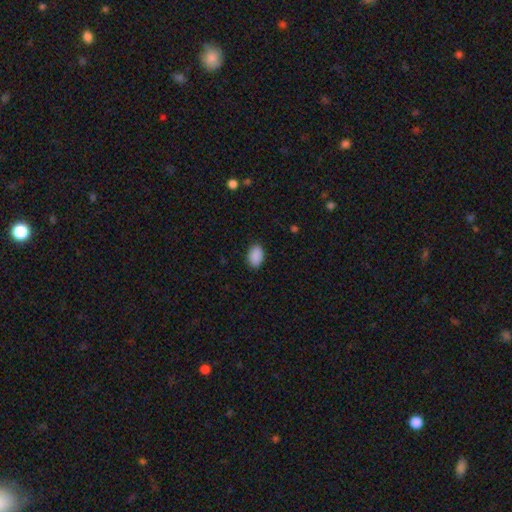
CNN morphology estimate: Smooth or featured? Predicted: smooth (p=0.90). How rounded? Predicted: in between (p=0.87). Merging? Predicted: none (p=0.88).